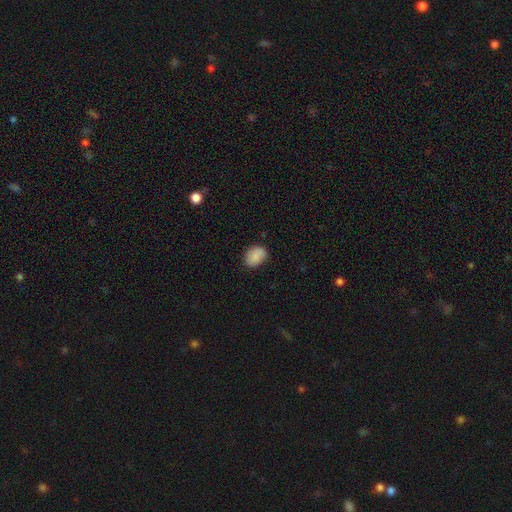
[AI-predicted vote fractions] This appears to be a smooth galaxy with no disk features (85%) that is in between round and cigar-shaped (67%). Merging: none (75%).